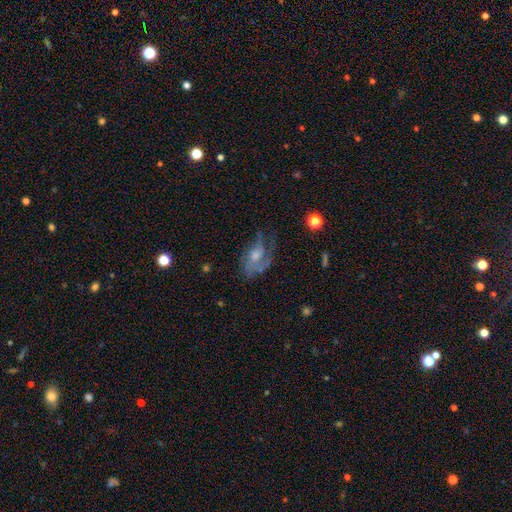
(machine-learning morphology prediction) type=featured or disk (73%); edge-on=no (95%); bar=no (68%); spiral arms=yes (86%); winding=medium (44%); arm count=2 (32%); bulge=moderate (50%); merging=none (50%).